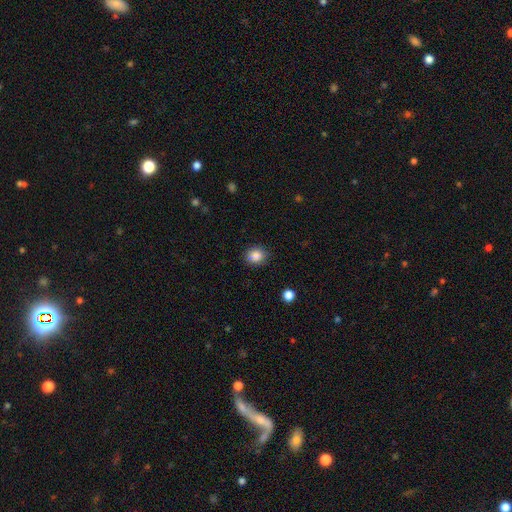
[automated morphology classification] Overall: smooth (85%). How rounded: round (74%). Merging: none (87%).